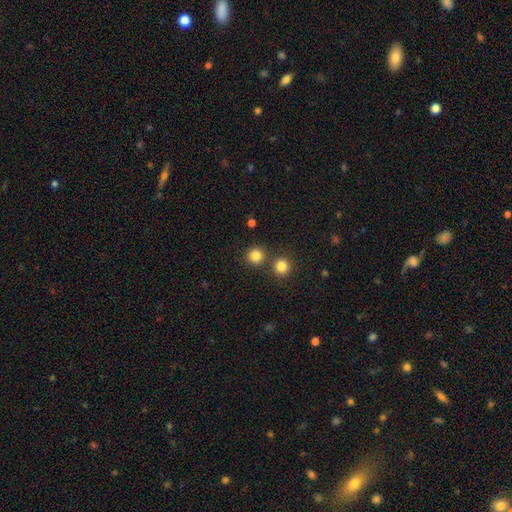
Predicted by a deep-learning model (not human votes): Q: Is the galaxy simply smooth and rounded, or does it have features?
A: smooth — 83%.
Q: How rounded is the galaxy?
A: round — 93%.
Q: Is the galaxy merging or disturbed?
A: none — 80%.